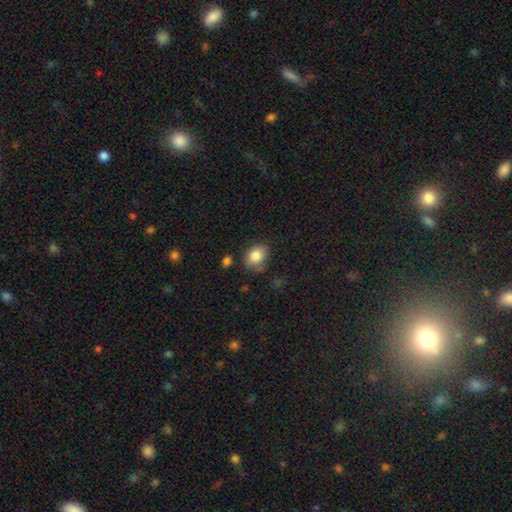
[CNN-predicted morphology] Smooth or featured? smooth (84%)
How rounded? in between (53%)
Merging? none (67%)